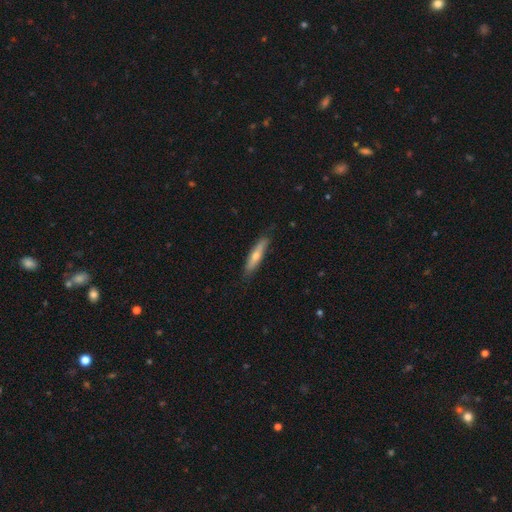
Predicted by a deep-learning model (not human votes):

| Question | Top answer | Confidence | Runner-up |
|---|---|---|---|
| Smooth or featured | smooth | 58% | featured or disk (36%) |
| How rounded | cigar-shaped | 82% | in between (17%) |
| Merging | none | 79% | minor disturbance (17%) |